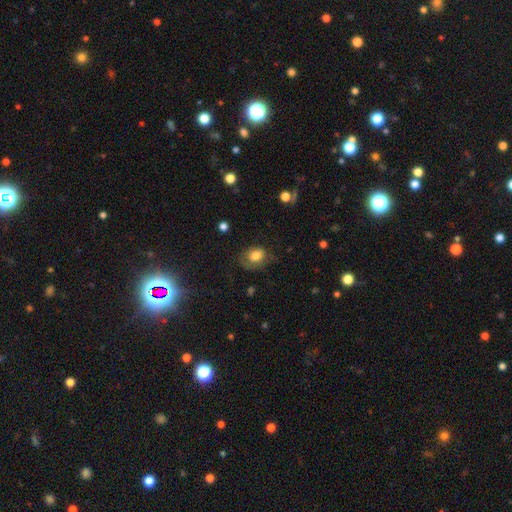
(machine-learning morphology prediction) Smooth or featured?
  - smooth: 73% *
  - featured or disk: 17%
  - star or artifact: 9%
How rounded?
  - in between: 60% *
  - round: 39%
  - cigar-shaped: 1%
Merging?
  - none: 55% *
  - minor disturbance: 27%
  - major disturbance: 17%
  - merger: 2%